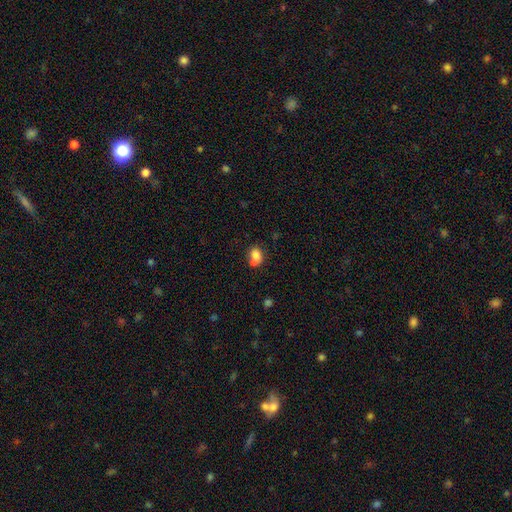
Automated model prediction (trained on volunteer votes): Smooth or featured?
  - smooth: 77% *
  - featured or disk: 13%
  - star or artifact: 10%
How rounded?
  - in between: 56% *
  - round: 43%
  - cigar-shaped: 1%
Merging?
  - merger: 43% *
  - none: 35%
  - minor disturbance: 15%
  - major disturbance: 7%